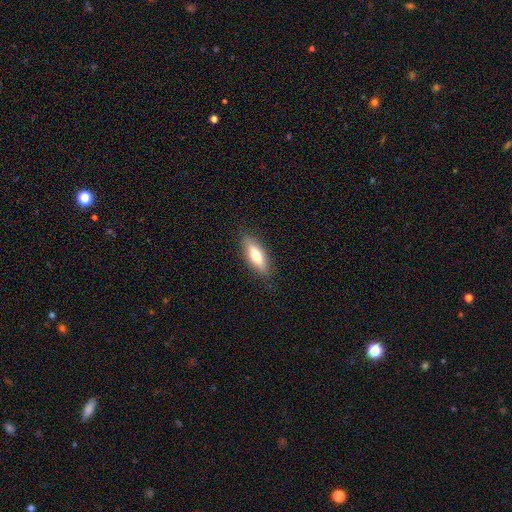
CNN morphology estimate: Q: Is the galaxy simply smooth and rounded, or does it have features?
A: smooth — 67%.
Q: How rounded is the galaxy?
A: in between — 65%.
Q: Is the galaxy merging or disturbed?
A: none — 86%.